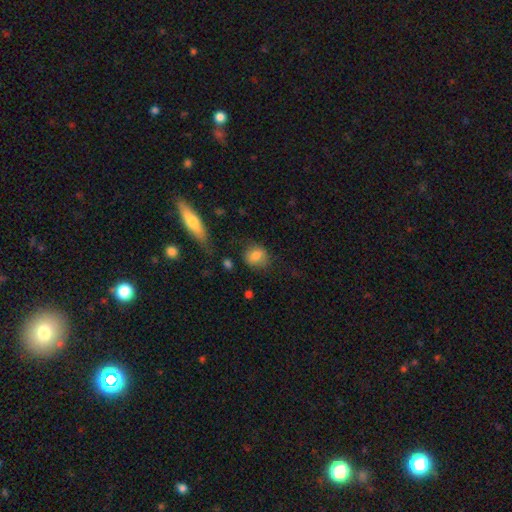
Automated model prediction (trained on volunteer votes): The model was most divided on "how rounded": round: 67%, in between: 31%, cigar-shaped: 2%. More confident: smooth or featured — smooth (79%); merging — none (72%).